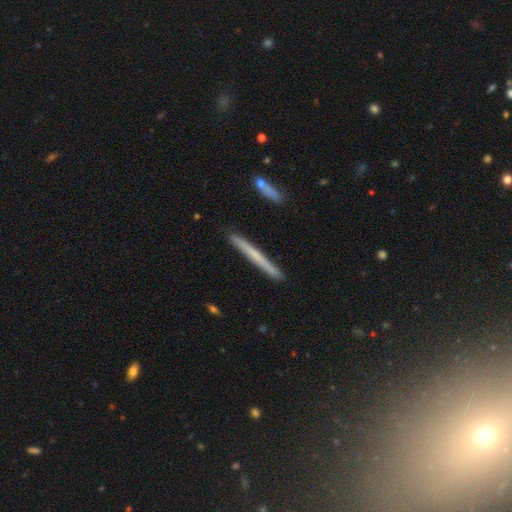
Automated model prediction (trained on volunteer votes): smooth-or-featured: smooth: 52% | featured or disk: 42% | star or artifact: 6%
  how-rounded: cigar-shaped: 97% | in between: 2% | round: 1%
  merging: none: 91% | minor disturbance: 6% | merger: 1% | major disturbance: 1%